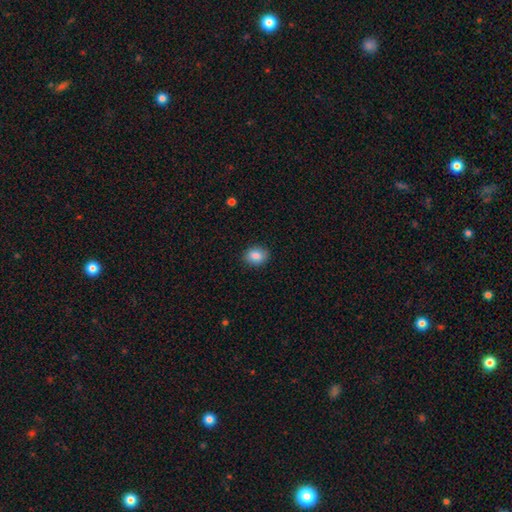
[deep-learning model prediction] Overall: smooth (86%). How rounded: round (51%; in between 49%). Merging: none (88%).